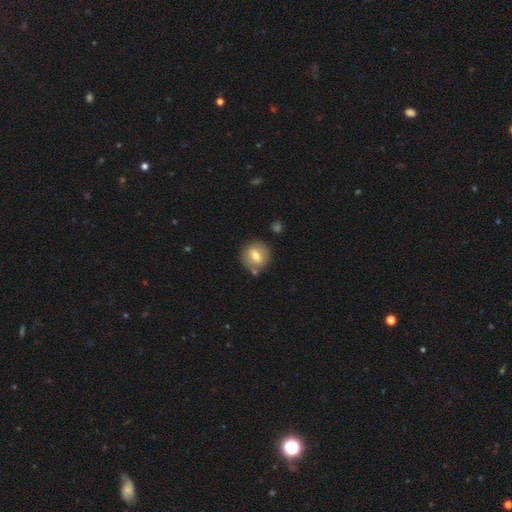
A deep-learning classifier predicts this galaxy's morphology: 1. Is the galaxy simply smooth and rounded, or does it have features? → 70% smooth, 22% featured or disk, 8% star or artifact.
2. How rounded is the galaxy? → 86% round, 13% in between, 1% cigar-shaped.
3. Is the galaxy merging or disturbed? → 79% none, 10% minor disturbance, 7% merger, 3% major disturbance.